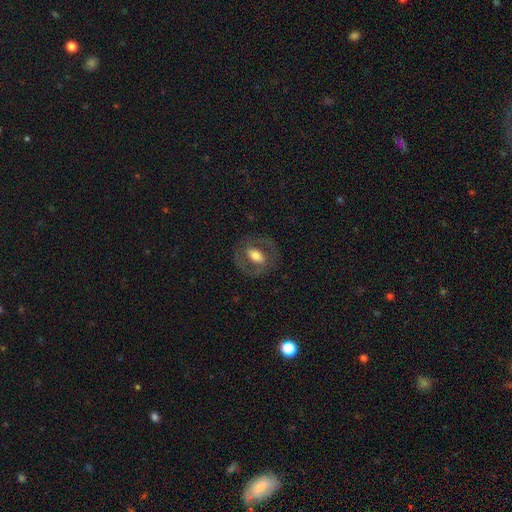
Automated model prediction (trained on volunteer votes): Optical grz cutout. It shows a featured or disk galaxy (49%). Merging: none (77%).